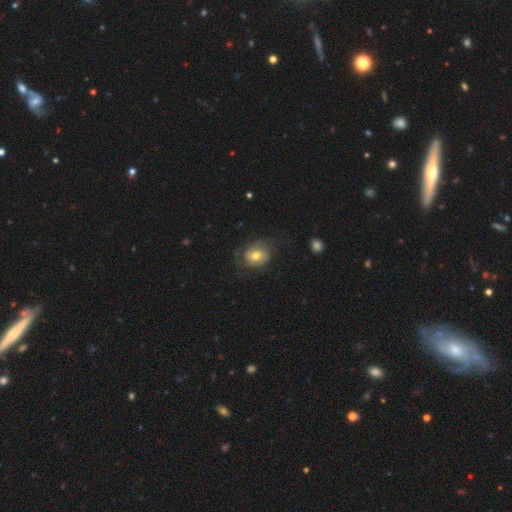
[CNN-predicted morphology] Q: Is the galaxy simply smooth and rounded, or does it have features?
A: smooth — 46%, tied with featured or disk.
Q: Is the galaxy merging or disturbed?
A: none — 55%.